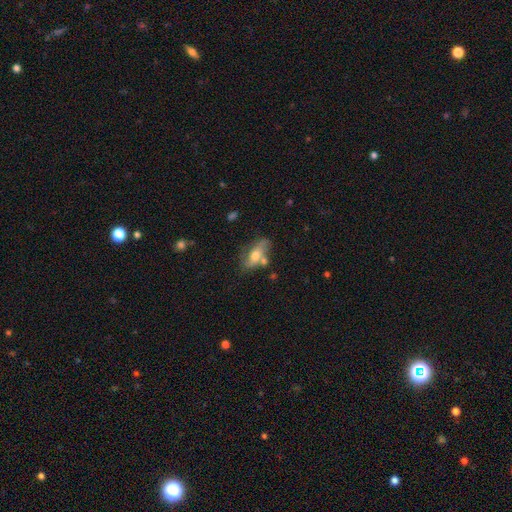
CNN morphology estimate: This is possibly a smooth galaxy (50%). How rounded: likely in between (80%). Merging: possibly none (52%).